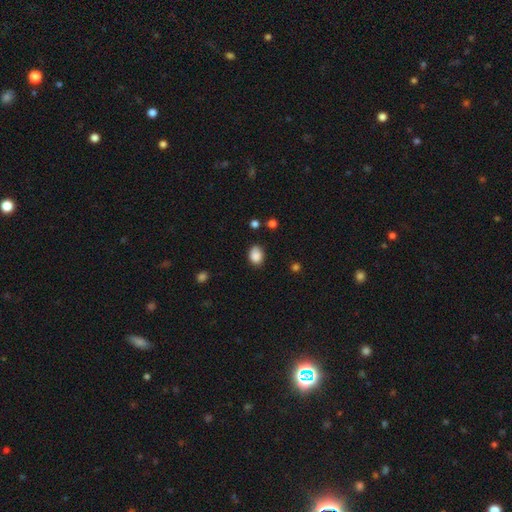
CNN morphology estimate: Smooth or featured? smooth (87%)
How rounded? in between (66%)
Merging? none (77%)